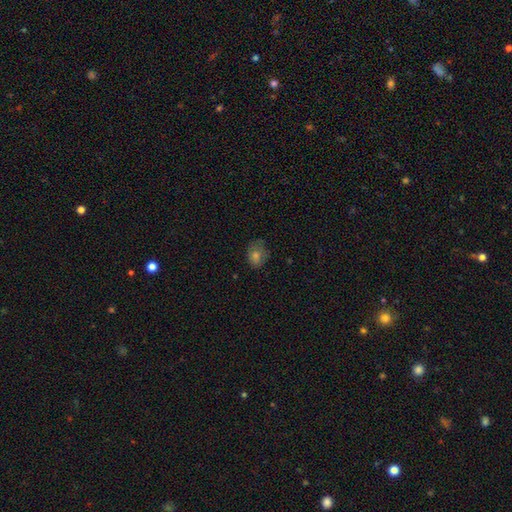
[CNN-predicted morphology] This appears to be a smooth galaxy with no disk features (68%) that is round (50%). Merging: none (65%).